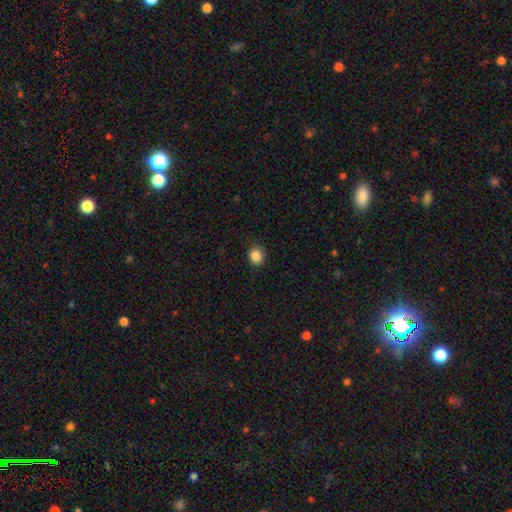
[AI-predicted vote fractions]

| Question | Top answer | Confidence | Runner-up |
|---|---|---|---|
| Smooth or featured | smooth | 87% | star or artifact (10%) |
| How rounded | round | 70% | in between (29%) |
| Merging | none | 86% | minor disturbance (11%) |